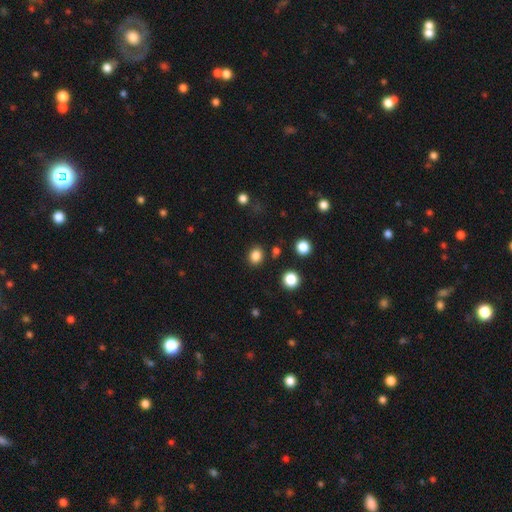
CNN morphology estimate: This appears to be a smooth galaxy with no disk features (84%) that is round (65%). Merging: none (86%).